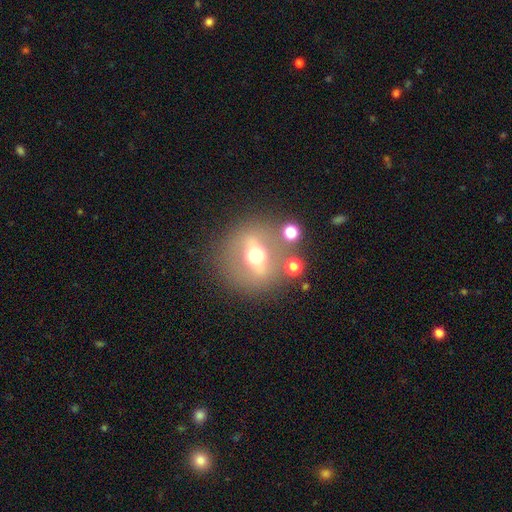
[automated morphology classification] Smooth or featured? featured or disk (54%)
Edge-on disk? no (65%)
Merging? none (77%)